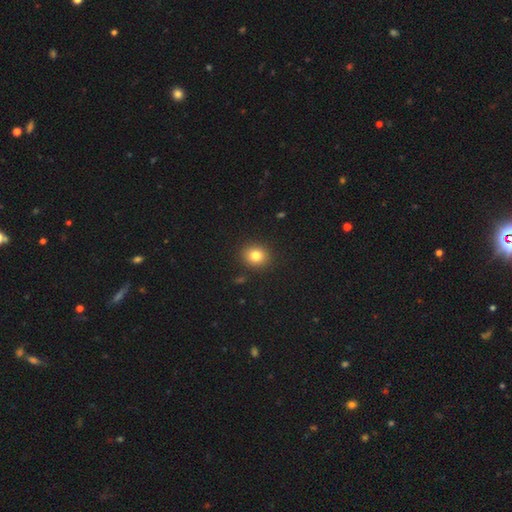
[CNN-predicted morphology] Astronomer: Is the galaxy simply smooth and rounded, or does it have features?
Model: smooth — 81%.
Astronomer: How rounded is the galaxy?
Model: round — 76%.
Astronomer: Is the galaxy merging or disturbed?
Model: none — 90%.